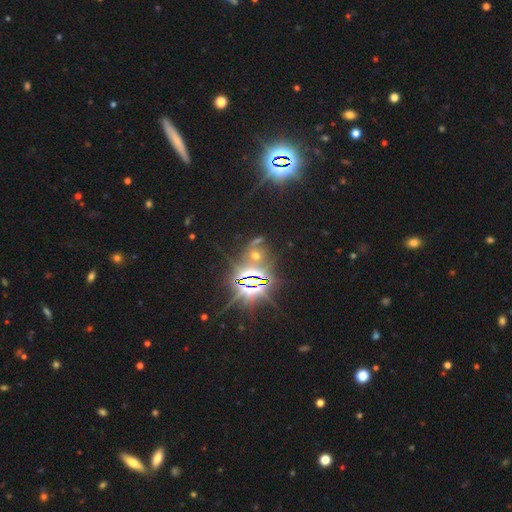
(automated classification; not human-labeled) A star or artifact, not a galaxy (70%).